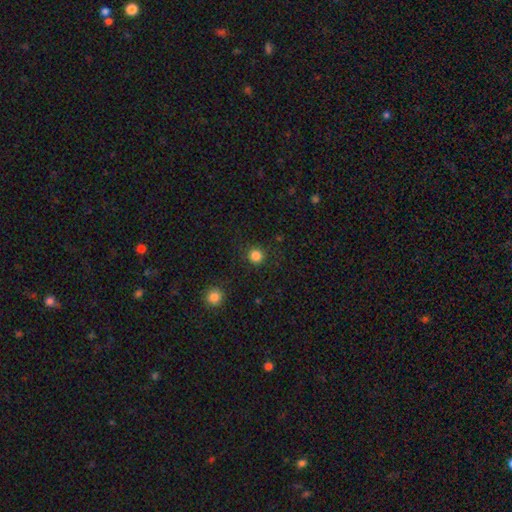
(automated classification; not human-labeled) The model was most divided on "smooth or featured": smooth: 84%, star or artifact: 12%, featured or disk: 3%. More confident: how rounded — round (94%); merging — none (91%).